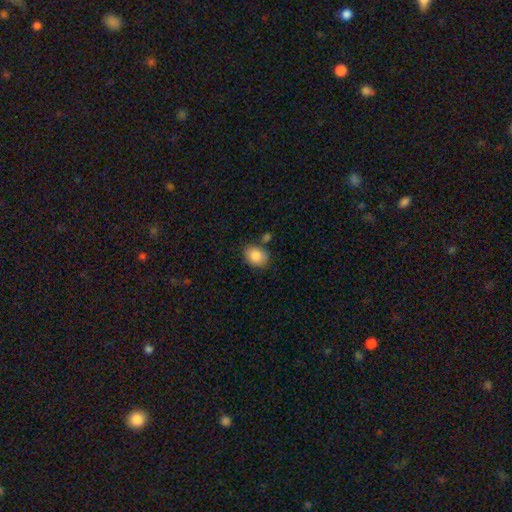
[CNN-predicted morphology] The model was most divided on "how rounded": in between: 62%, round: 37%, cigar-shaped: 1%. More confident: smooth or featured — smooth (87%); merging — none (76%).